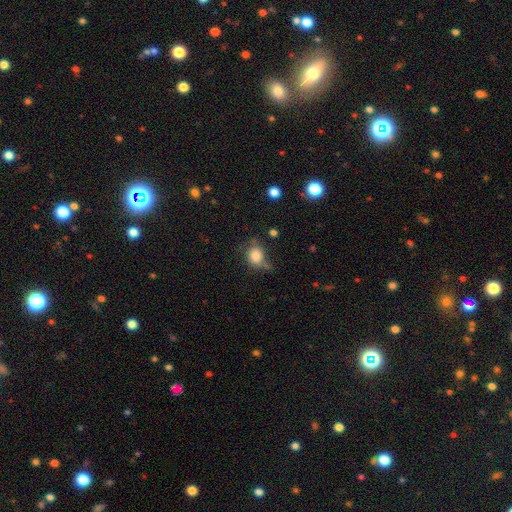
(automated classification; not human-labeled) Smooth or featured? Predicted: smooth (p=0.80). How rounded? Predicted: round (p=0.60). Merging? Predicted: none (p=0.49).